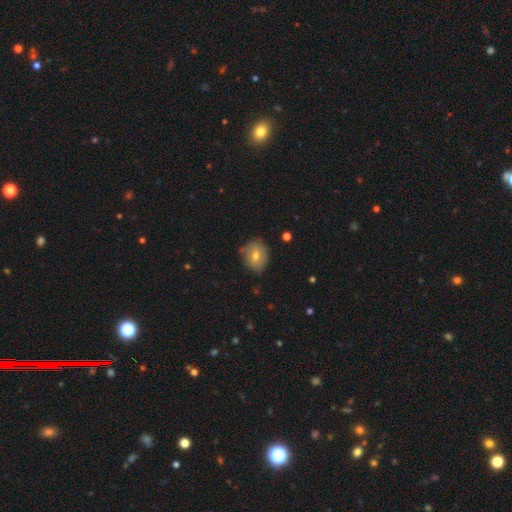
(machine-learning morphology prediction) This is likely a smooth galaxy (65%). How rounded: possibly round (56%). Merging: likely none (70%).